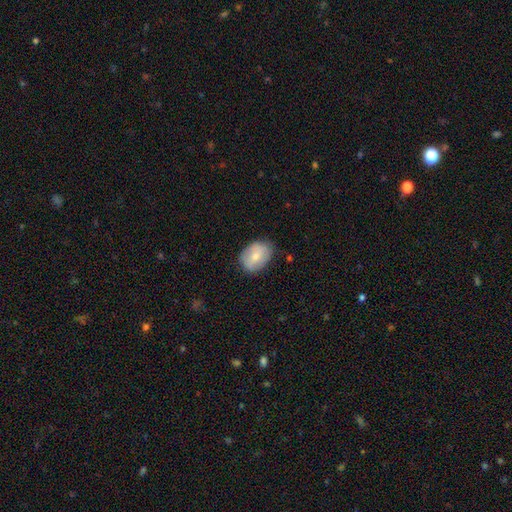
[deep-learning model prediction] smooth_or_featured: smooth (p=0.68) [alt: featured or disk p=0.26]
how_rounded: in between (p=0.73) [alt: round p=0.26]
merging: none (p=0.74) [alt: minor disturbance p=0.21]